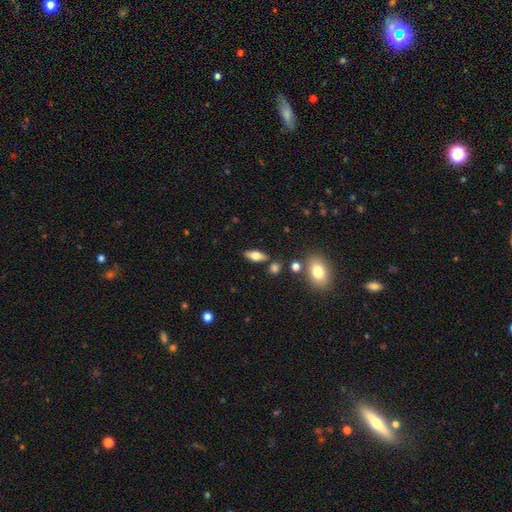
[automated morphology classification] A smooth galaxy with no disk features (57%) that is in between round and cigar-shaped (72%). Merging: none (79%).